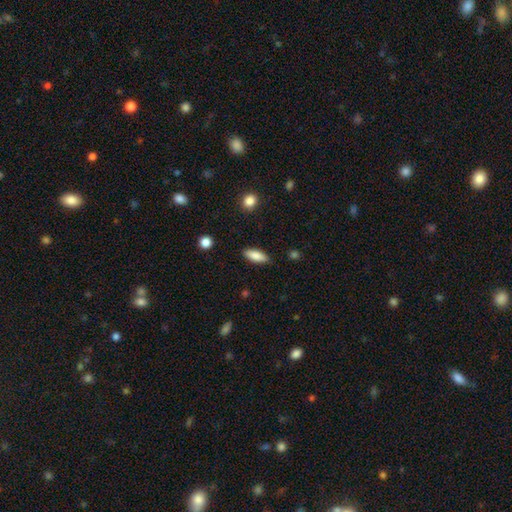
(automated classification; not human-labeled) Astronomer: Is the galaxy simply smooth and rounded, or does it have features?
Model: smooth — 84%.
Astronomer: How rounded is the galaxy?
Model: in between — 71%.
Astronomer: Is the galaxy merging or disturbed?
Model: none — 86%.